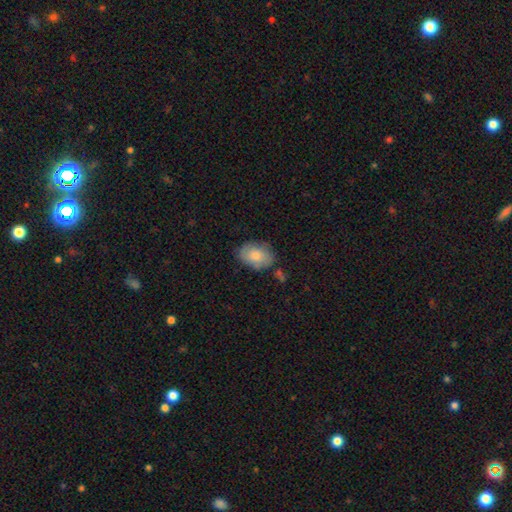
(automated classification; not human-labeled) smooth_or_featured: smooth (p=0.76) [alt: featured or disk p=0.18]
how_rounded: in between (p=0.78) [alt: round p=0.20]
merging: none (p=0.72) [alt: minor disturbance p=0.19]